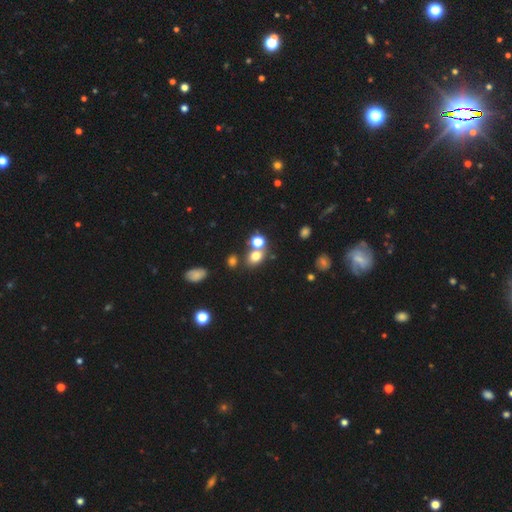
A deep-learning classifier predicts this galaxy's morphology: This is likely a smooth galaxy (72%). How rounded: possibly in between (52%). Merging: possibly none (55%).